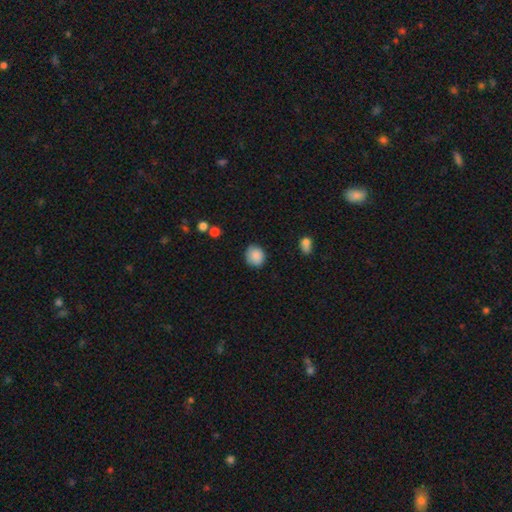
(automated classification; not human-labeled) smooth 88%, star or artifact 8%, featured or disk 4%. Down the decision tree: how rounded — round (79%); merging — none (85%).